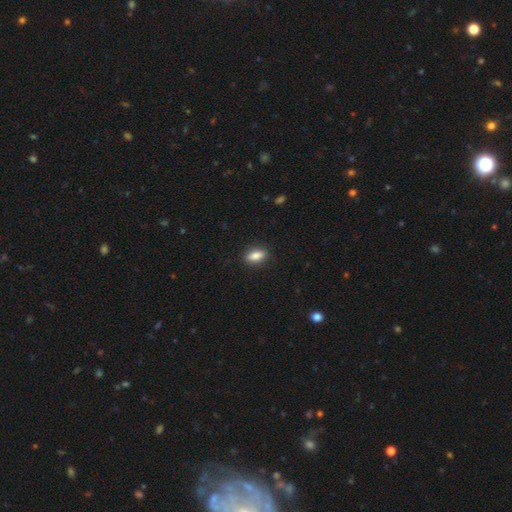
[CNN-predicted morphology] Smooth or featured? smooth (84%)
How rounded? in between (82%)
Merging? none (89%)